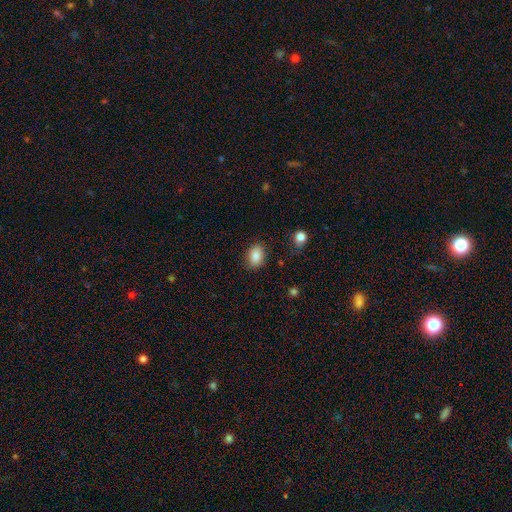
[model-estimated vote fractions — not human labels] Overall: smooth (86%). How rounded: in between (74%). Merging: none (83%).